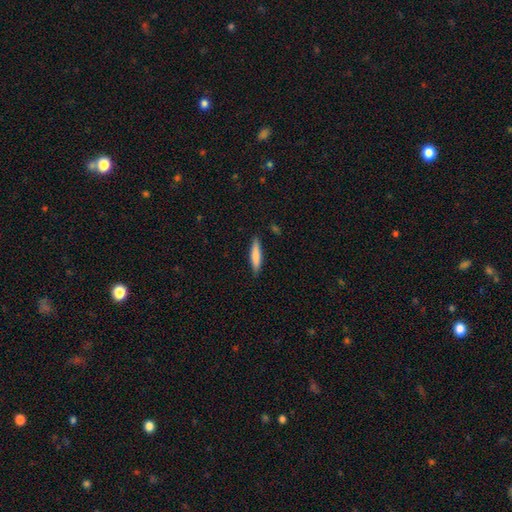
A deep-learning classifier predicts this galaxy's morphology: type=smooth (78%); roundness=cigar-shaped (84%); merging=none (88%).